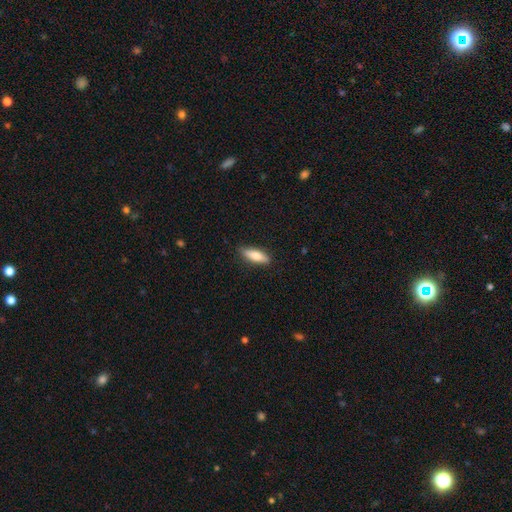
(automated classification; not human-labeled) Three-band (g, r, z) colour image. It shows a smooth galaxy with no disk features (78%) that is in between round and cigar-shaped (52%). Merging: none (87%).